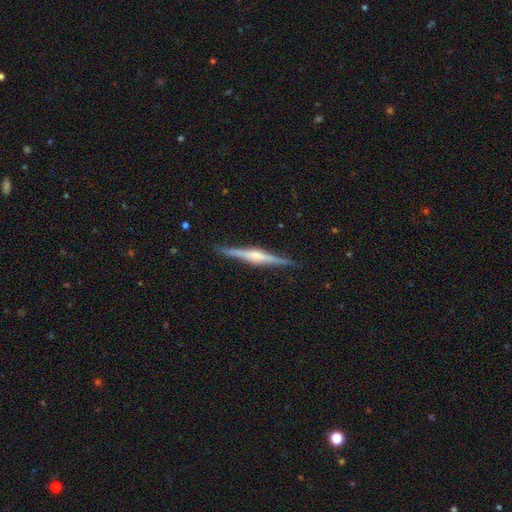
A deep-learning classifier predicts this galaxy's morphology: Smooth or featured? featured or disk (79%)
Edge-on disk? yes (98%)
Edge-on bulge? rounded (71%)
Merging? none (90%)